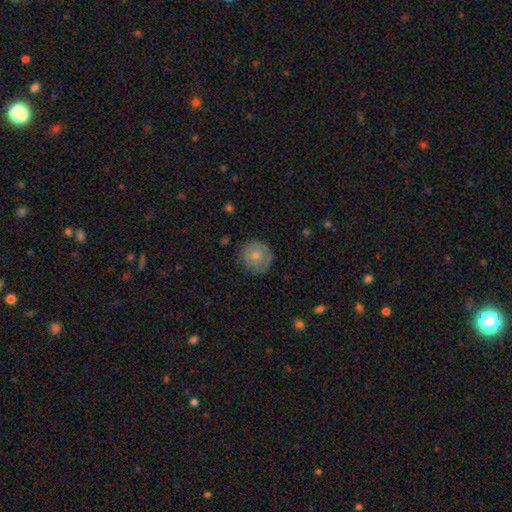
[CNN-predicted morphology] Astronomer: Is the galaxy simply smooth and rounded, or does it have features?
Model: smooth — 68%.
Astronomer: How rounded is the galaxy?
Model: round — 93%.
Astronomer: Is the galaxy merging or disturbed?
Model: none — 81%.